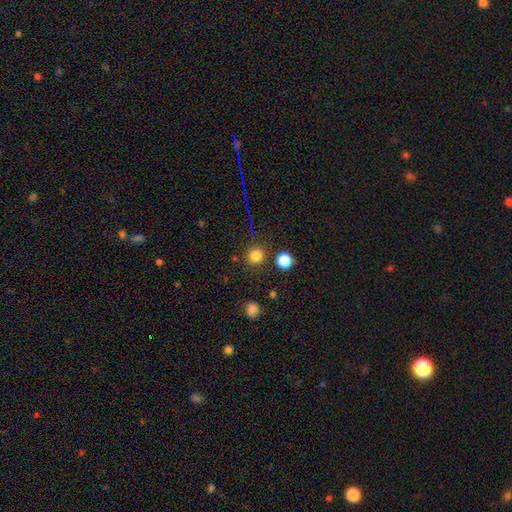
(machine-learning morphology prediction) This appears to be a smooth galaxy with no disk features (79%) that is round (92%). Merging: none (86%).